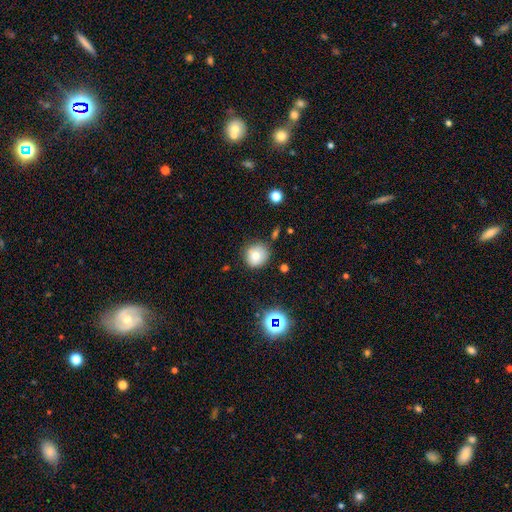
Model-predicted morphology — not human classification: Smooth or featured? smooth (74%)
How rounded? round (87%)
Merging? none (77%)